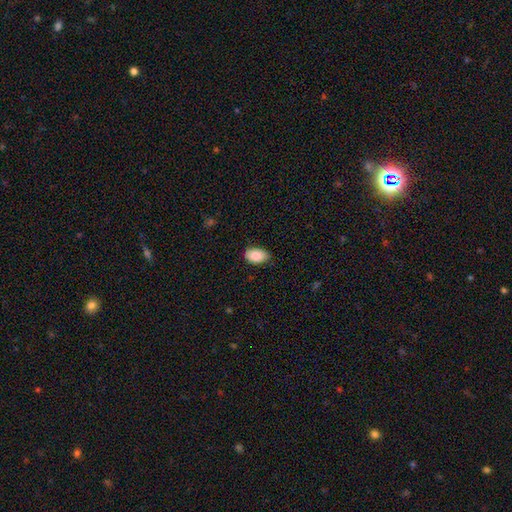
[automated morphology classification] Overall: smooth (88%). How rounded: in between (92%). Merging: none (79%).